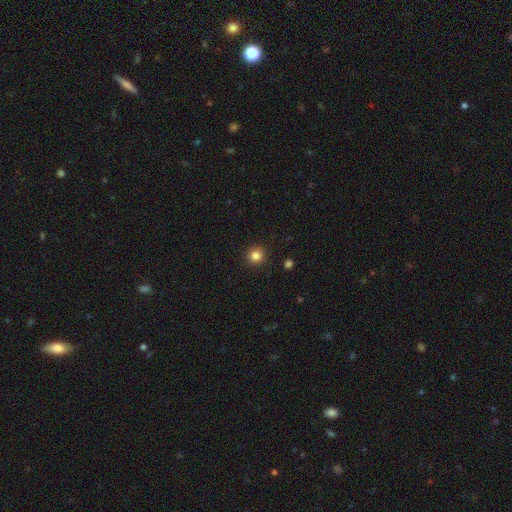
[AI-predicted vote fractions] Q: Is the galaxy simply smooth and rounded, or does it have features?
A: smooth — 83%.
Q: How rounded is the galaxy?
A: round — 92%.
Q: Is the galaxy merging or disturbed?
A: none — 92%.